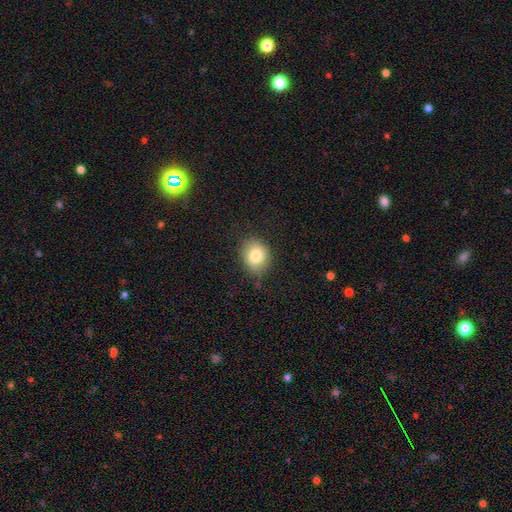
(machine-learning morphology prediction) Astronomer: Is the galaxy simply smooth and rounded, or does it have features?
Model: smooth — 80%.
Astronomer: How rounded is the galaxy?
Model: round — 59% (runner-up: in between, 40%).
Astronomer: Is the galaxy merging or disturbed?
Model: none — 78%.